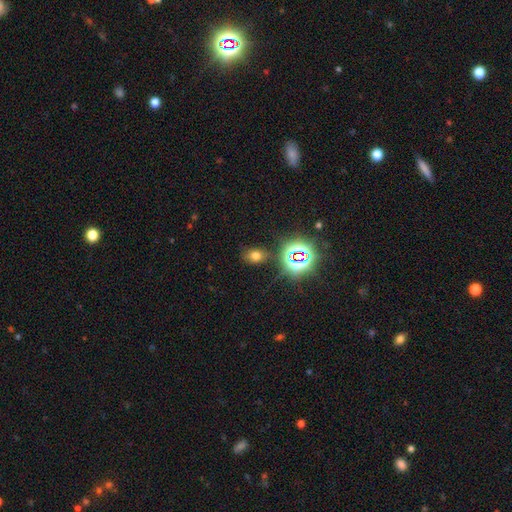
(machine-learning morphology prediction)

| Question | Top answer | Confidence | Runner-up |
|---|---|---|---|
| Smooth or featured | smooth | 61% | star or artifact (30%) |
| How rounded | in between | 64% | round (34%) |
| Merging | none | 77% | minor disturbance (14%) |